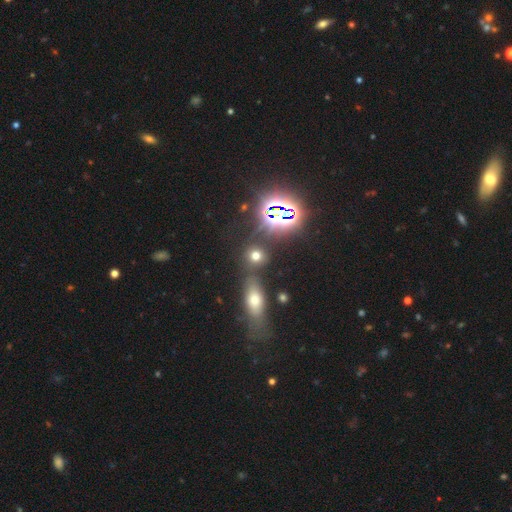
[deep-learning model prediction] A smooth galaxy with no disk features (58%) that is round (79%). Merging: none (75%).